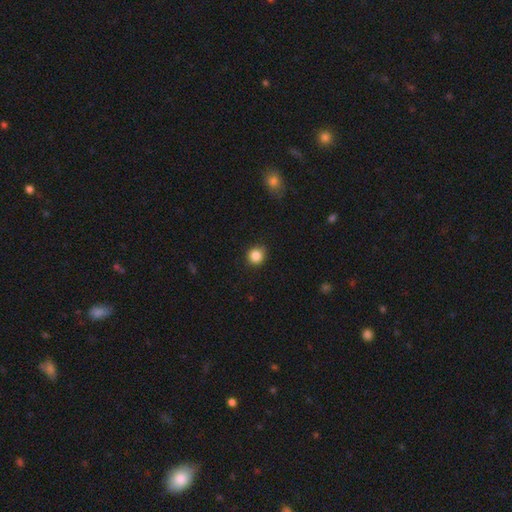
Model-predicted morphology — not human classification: Smooth or featured: smooth — 86% (star or artifact — 10%)
How rounded: round — 91% (in between — 8%)
Merging: none — 88% (minor disturbance — 9%)